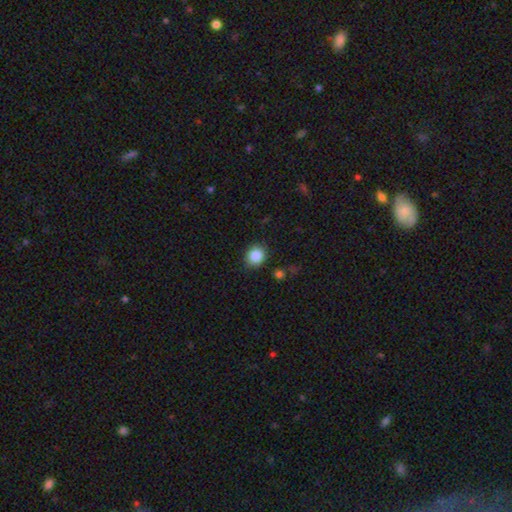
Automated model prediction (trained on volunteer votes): smooth 86%, star or artifact 9%, featured or disk 5%. Down the decision tree: how rounded — round (74%); merging — none (85%).